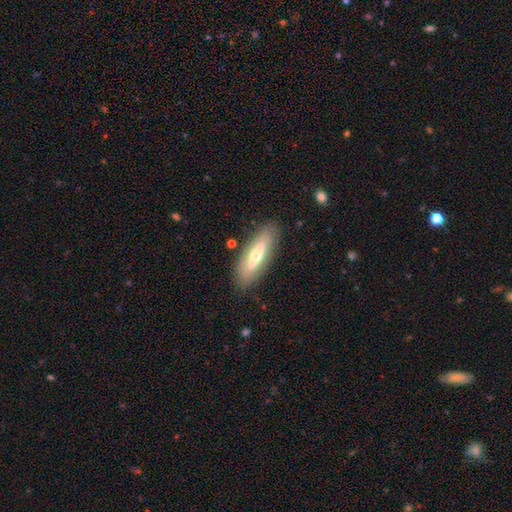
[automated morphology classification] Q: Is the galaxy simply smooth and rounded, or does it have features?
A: smooth — 53%.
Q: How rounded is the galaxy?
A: cigar-shaped — 52%.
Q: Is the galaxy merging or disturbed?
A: none — 84%.